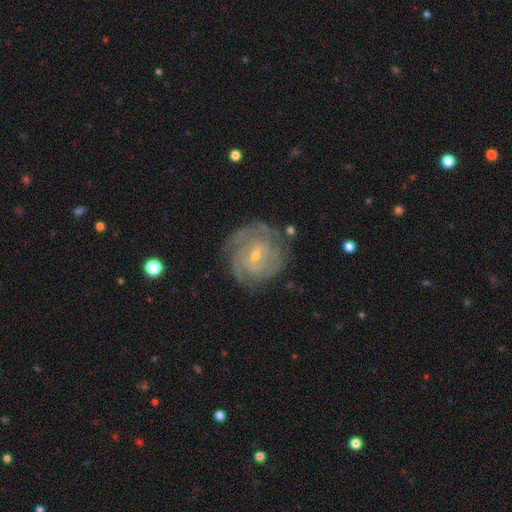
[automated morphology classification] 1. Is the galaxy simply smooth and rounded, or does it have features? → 84% featured or disk, 10% smooth, 6% star or artifact.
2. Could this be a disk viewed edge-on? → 97% no, 3% yes.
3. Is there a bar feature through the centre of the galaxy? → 45% weak, 44% no, 11% strong.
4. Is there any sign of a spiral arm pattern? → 94% yes, 6% no.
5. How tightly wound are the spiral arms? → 72% tight, 23% medium, 5% loose.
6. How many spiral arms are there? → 34% can't tell, 22% 3, 18% 2, 15% 4, 6% more than 4, 5% 1.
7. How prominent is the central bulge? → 70% small, 27% moderate, 1% none, 1% large, 1% dominant.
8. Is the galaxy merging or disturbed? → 74% none, 17% minor disturbance, 7% major disturbance, 2% merger.